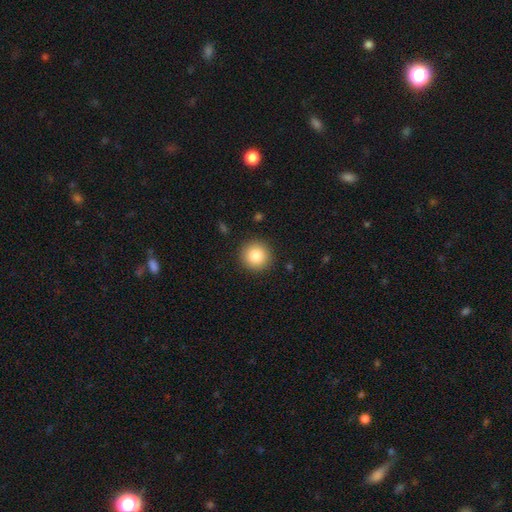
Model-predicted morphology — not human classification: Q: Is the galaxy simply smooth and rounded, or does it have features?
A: smooth — 83%.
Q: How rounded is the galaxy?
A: round — 95%.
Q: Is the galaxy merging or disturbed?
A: none — 91%.